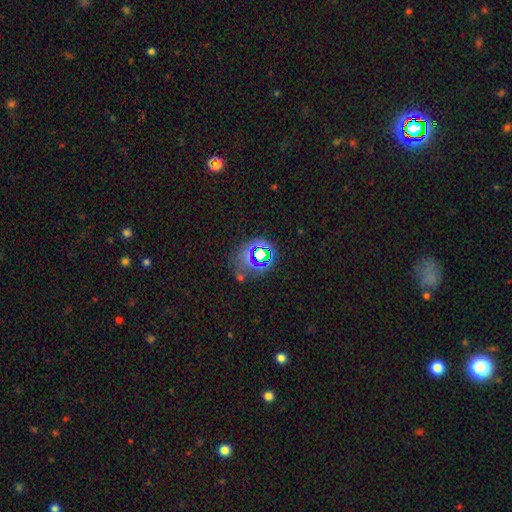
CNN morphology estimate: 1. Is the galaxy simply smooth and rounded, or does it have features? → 65% star or artifact, 24% smooth, 12% featured or disk.